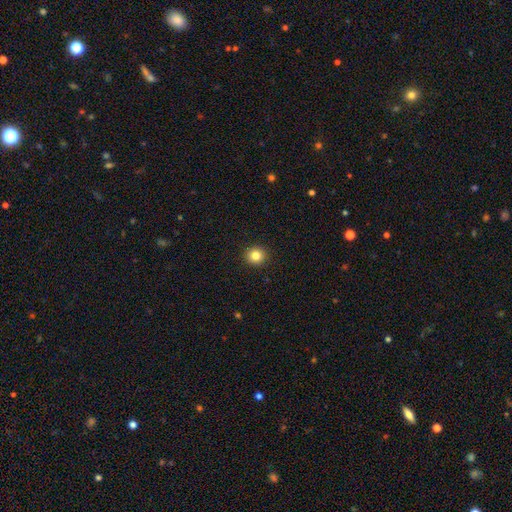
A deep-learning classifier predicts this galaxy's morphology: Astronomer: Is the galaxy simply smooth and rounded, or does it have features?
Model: smooth — 83%.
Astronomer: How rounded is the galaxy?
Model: round — 91%.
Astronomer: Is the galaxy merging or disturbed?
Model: none — 93%.